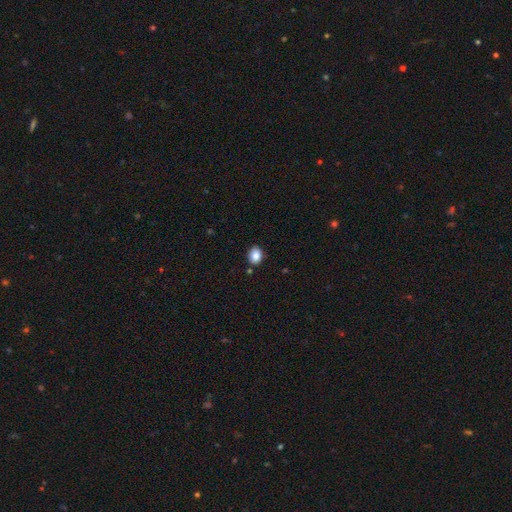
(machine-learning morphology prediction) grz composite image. It shows a smooth galaxy with no disk features (86%) that is in between round and cigar-shaped (55%). Merging: none (85%).